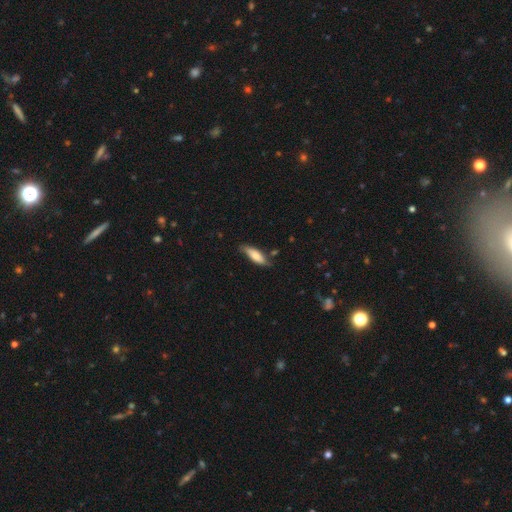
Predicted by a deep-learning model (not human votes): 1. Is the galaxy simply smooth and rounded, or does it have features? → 70% smooth, 24% featured or disk, 6% star or artifact.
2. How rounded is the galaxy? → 51% in between, 47% cigar-shaped, 2% round.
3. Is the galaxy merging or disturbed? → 68% none, 24% minor disturbance, 4% major disturbance, 3% merger.